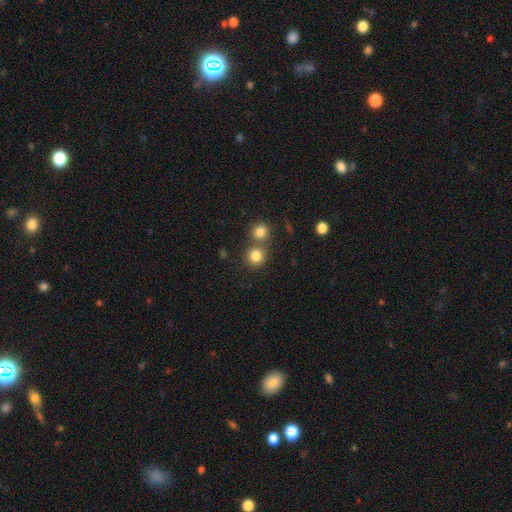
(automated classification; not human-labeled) Smooth or featured?
  - smooth: 82% *
  - star or artifact: 12%
  - featured or disk: 6%
How rounded?
  - round: 90% *
  - in between: 9%
  - cigar-shaped: 1%
Merging?
  - none: 63% *
  - merger: 28%
  - minor disturbance: 7%
  - major disturbance: 3%